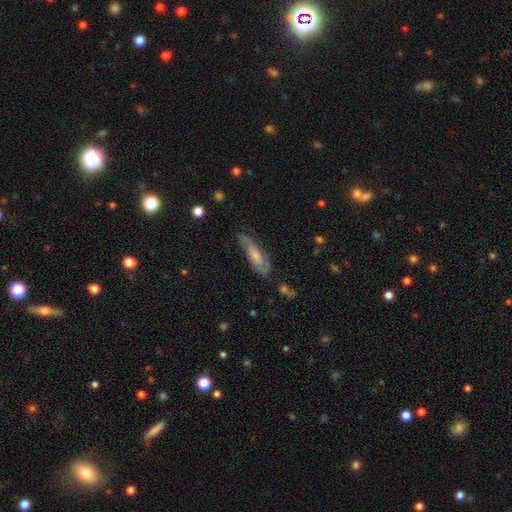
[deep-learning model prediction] smooth_or_featured: featured or disk (p=0.57) [alt: smooth p=0.36]
disk_edge_on: no (p=0.77) [alt: yes p=0.23]
merging: none (p=0.68) [alt: minor disturbance p=0.22]